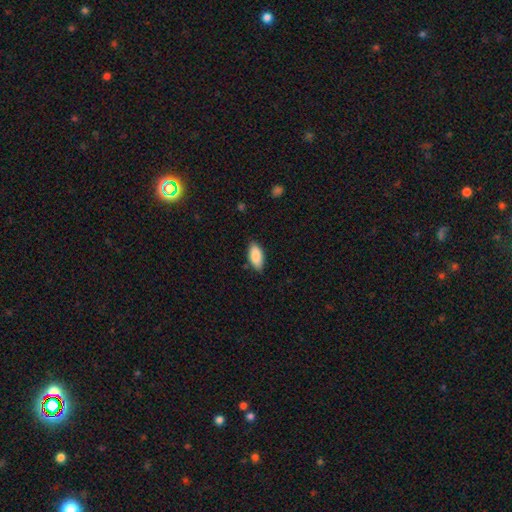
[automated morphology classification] smooth 88%, star or artifact 6%, featured or disk 6%. Down the decision tree: how rounded — in between (89%); merging — none (84%).